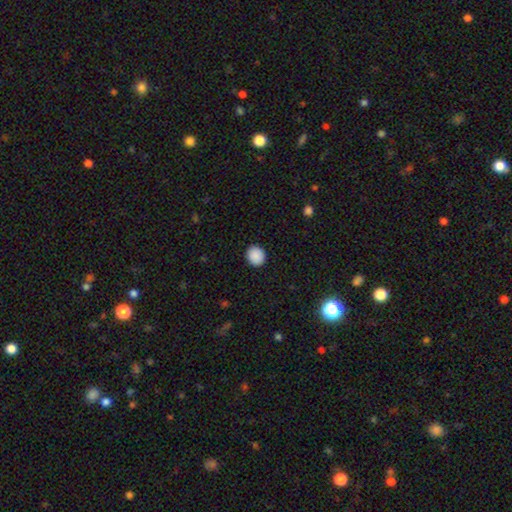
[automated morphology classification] Smooth or featured: smooth — 89% (star or artifact — 8%)
How rounded: round — 80% (in between — 19%)
Merging: none — 91% (minor disturbance — 6%)